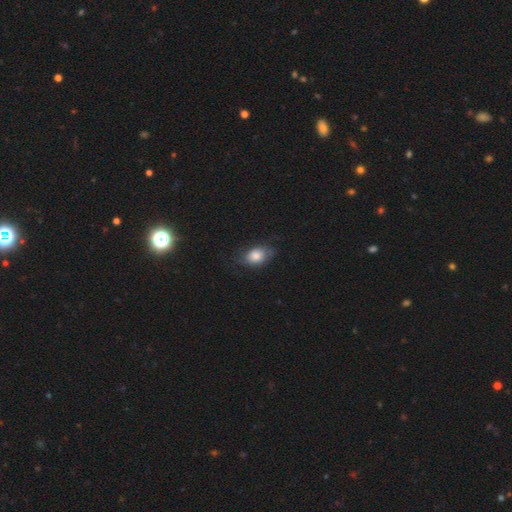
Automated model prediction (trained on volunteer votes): Overall: smooth (74%). How rounded: in between (78%). Merging: none (61%; minor disturbance 27%).